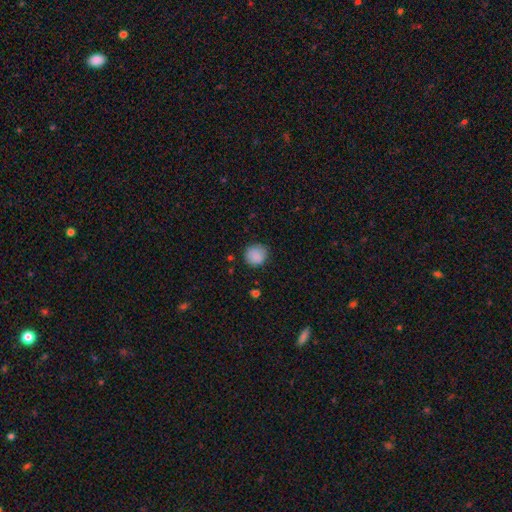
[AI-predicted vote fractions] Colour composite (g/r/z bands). It shows a smooth galaxy with no disk features (88%) that is round (89%). Merging: none (83%).